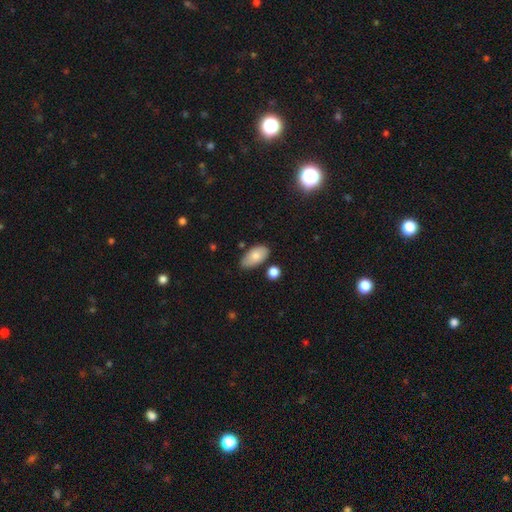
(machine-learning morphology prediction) A smooth galaxy with no disk features (79%) that is in between round and cigar-shaped (94%). Merging: none (71%).